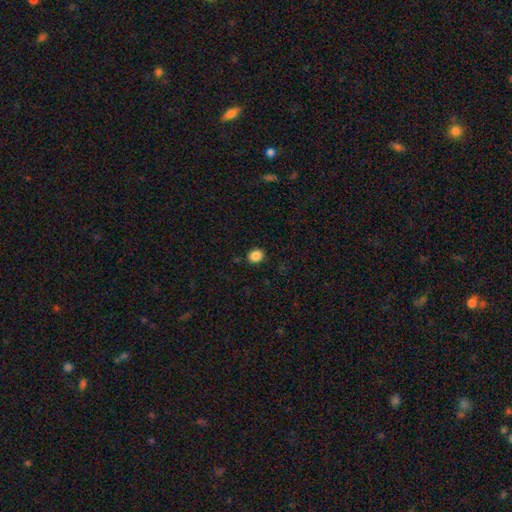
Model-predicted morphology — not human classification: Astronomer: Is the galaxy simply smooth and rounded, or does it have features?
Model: smooth — 87%.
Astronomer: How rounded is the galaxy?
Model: round — 62% (runner-up: in between, 37%).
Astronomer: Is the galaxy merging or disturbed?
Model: none — 89%.